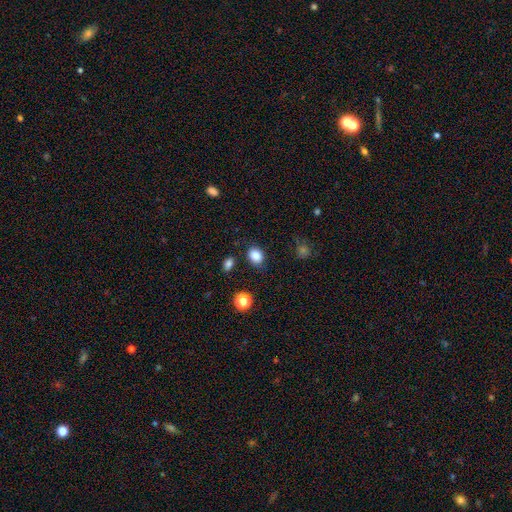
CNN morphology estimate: Smooth or featured? Predicted: smooth (p=0.86). How rounded? Predicted: in between (p=0.60). Merging? Predicted: none (p=0.80).